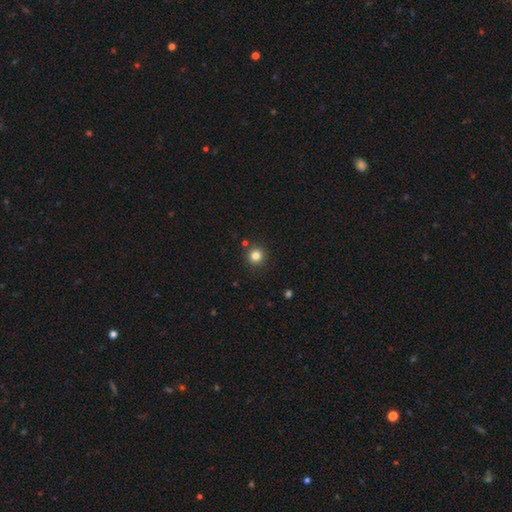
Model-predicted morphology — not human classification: A smooth galaxy with no disk features (82%) that is round (94%). Merging: none (89%).